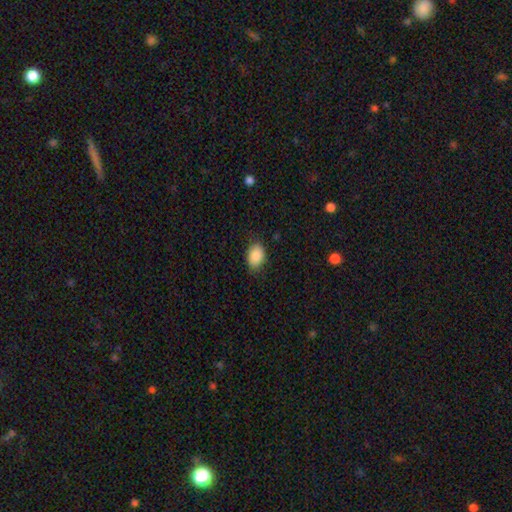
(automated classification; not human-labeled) Smooth or featured? smooth (87%)
How rounded? in between (82%)
Merging? none (82%)